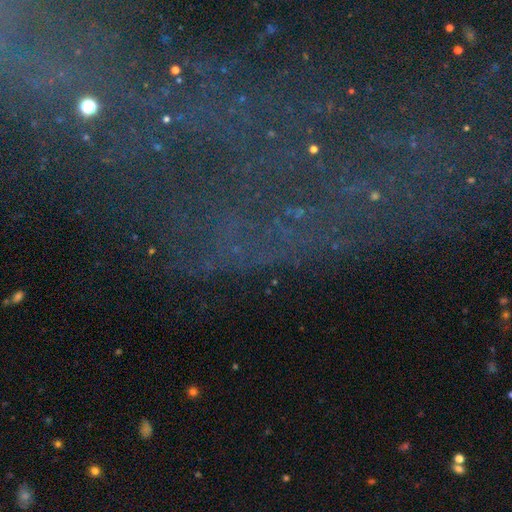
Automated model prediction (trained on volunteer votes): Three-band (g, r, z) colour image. It shows a star or artifact, not a galaxy (73%).